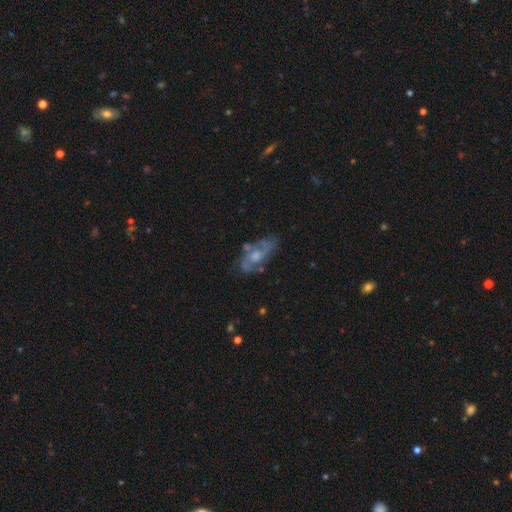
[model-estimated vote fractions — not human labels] smooth-or-featured: featured or disk: 77% | smooth: 16% | star or artifact: 7%
  disk-edge-on: no: 92% | yes: 8%
    bar: no: 64% | weak: 31% | strong: 5%
    has-spiral-arms: yes: 86% | no: 14%
      spiral-winding: medium: 50% | tight: 28% | loose: 22%
      spiral-arm-count: 2: 59% | can't tell: 21% | 3: 11% | 1: 3% | 4: 3% | more than 4: 2%
    bulge-size: moderate: 55% | small: 25% | large: 10% | none: 8% | dominant: 1%
  merging: none: 68% | minor disturbance: 19% | major disturbance: 9% | merger: 4%